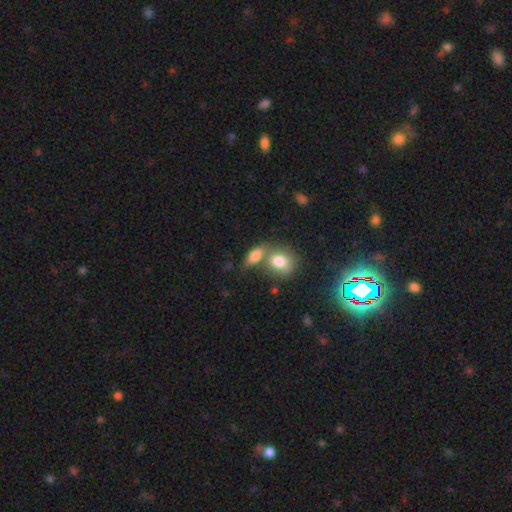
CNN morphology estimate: This appears to be a smooth galaxy with no disk features (81%) that is in between round and cigar-shaped (78%). Merging: merger (49%).